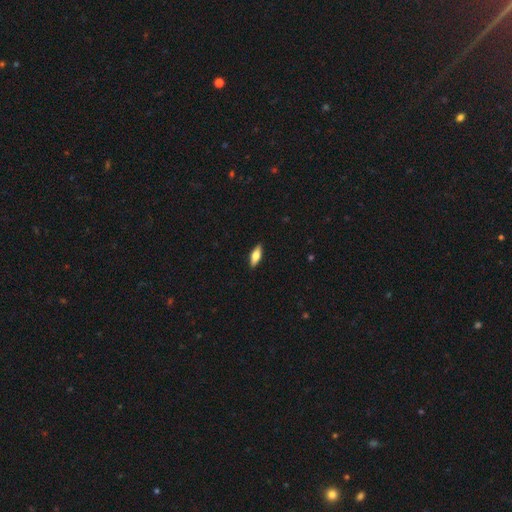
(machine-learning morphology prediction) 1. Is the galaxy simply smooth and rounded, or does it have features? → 62% smooth, 32% featured or disk, 6% star or artifact.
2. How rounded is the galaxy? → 62% in between, 35% cigar-shaped, 3% round.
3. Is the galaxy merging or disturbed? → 90% none, 8% minor disturbance, 2% major disturbance, 1% merger.